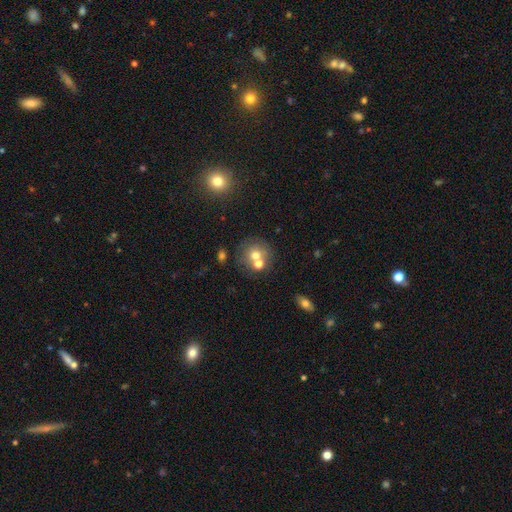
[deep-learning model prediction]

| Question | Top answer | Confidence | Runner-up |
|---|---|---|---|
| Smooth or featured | smooth | 65% | featured or disk (21%) |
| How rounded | round | 86% | in between (13%) |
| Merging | none | 51% | merger (37%) |